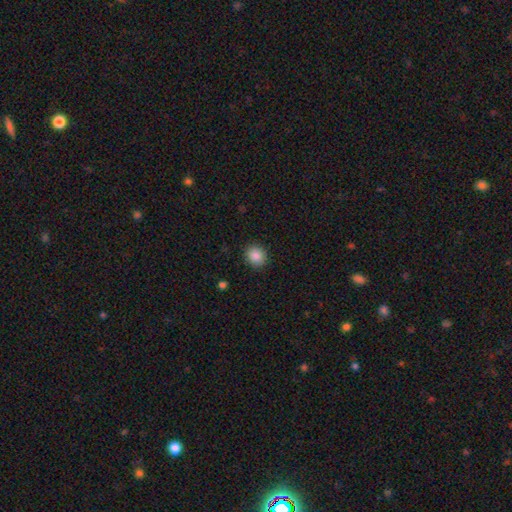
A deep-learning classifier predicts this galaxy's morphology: smooth 87%, star or artifact 9%, featured or disk 4%. Down the decision tree: how rounded — round (77%); merging — none (90%).